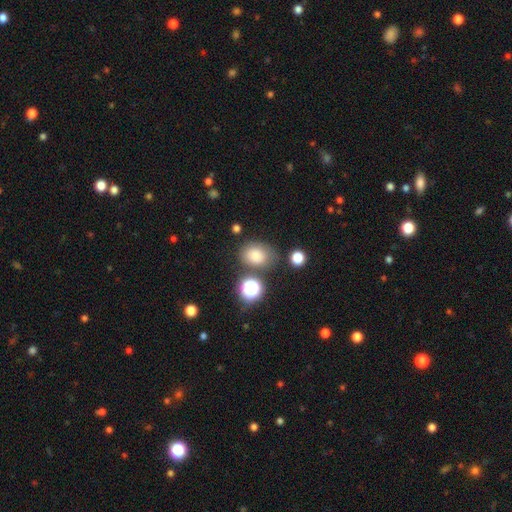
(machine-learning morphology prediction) A smooth galaxy with no disk features (76%) that is in between round and cigar-shaped (63%). Merging: none (69%).